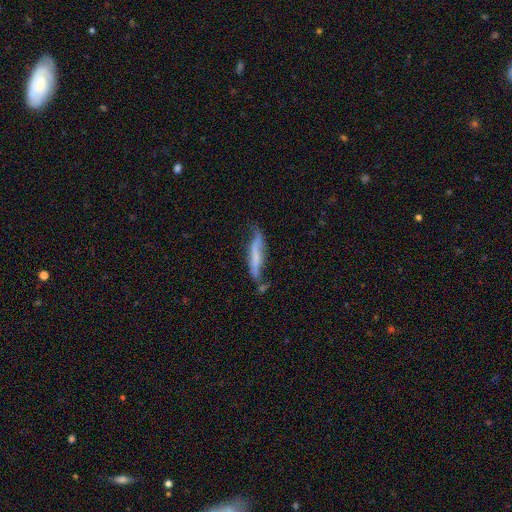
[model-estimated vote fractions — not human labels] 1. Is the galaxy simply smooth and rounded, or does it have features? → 47% featured or disk, 46% smooth, 8% star or artifact.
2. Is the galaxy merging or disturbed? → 42% none, 34% minor disturbance, 15% major disturbance, 9% merger.